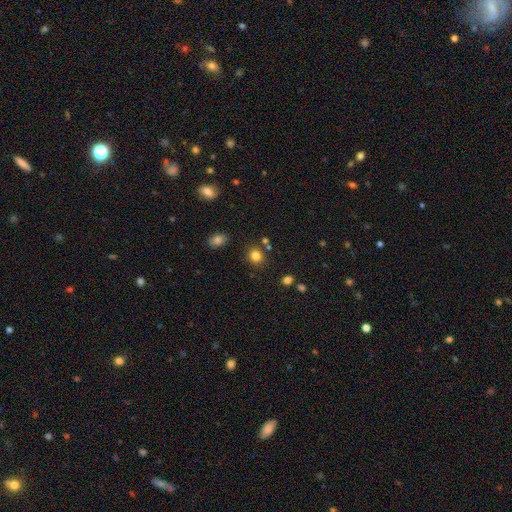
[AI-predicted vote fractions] smooth-or-featured: smooth: 82% | star or artifact: 13% | featured or disk: 5%
  how-rounded: round: 78% | in between: 21% | cigar-shaped: 1%
  merging: none: 82% | minor disturbance: 9% | merger: 6% | major disturbance: 3%